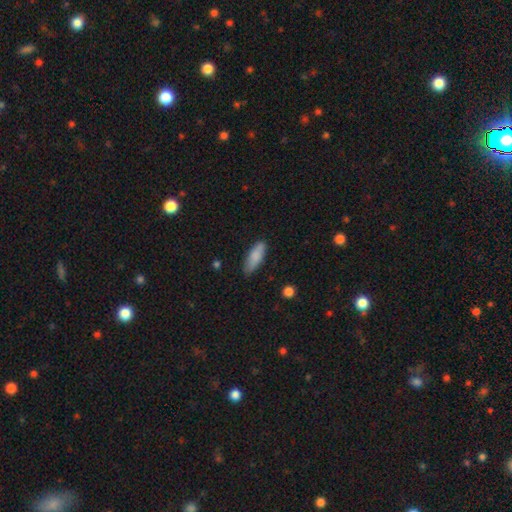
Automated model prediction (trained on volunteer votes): Morphology: type=smooth (84%); roundness=in between (65%); merging=none (78%).